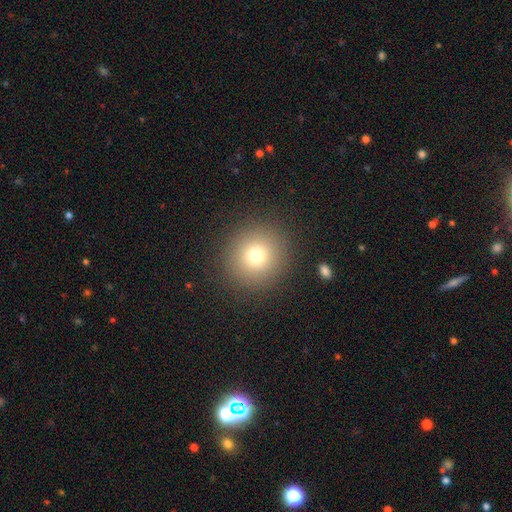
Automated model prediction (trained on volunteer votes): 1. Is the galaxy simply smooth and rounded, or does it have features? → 75% smooth, 15% star or artifact, 11% featured or disk.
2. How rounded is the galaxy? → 93% round, 6% in between, 1% cigar-shaped.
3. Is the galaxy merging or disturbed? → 90% none, 6% minor disturbance, 3% major disturbance, 1% merger.